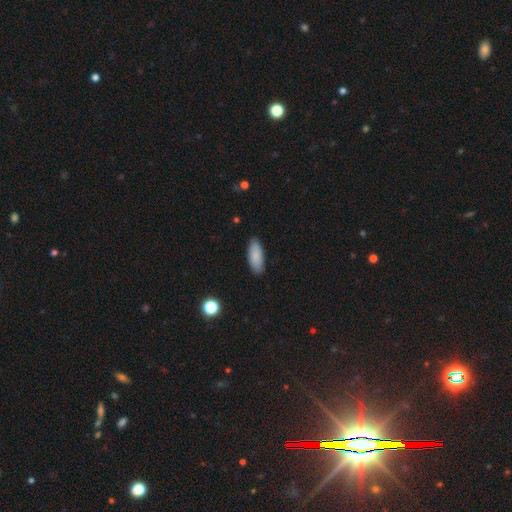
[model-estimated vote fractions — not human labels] smooth_or_featured: smooth (p=0.87) [alt: featured or disk p=0.07]
how_rounded: in between (p=0.79) [alt: cigar-shaped p=0.19]
merging: none (p=0.87) [alt: minor disturbance p=0.10]